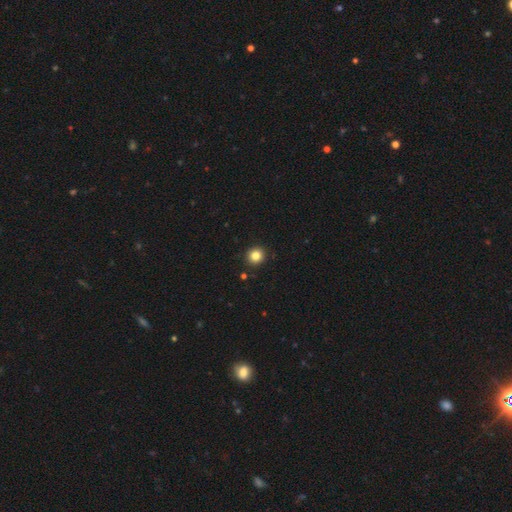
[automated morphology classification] A smooth galaxy with no disk features (84%) that is round (92%). Merging: none (92%).